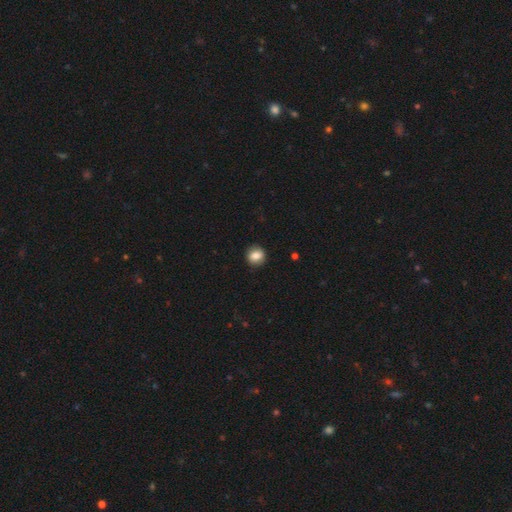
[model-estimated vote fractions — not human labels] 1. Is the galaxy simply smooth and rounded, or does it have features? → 82% smooth, 9% featured or disk, 9% star or artifact.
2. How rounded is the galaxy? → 81% round, 18% in between, 1% cigar-shaped.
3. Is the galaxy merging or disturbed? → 89% none, 8% minor disturbance, 2% major disturbance, 1% merger.